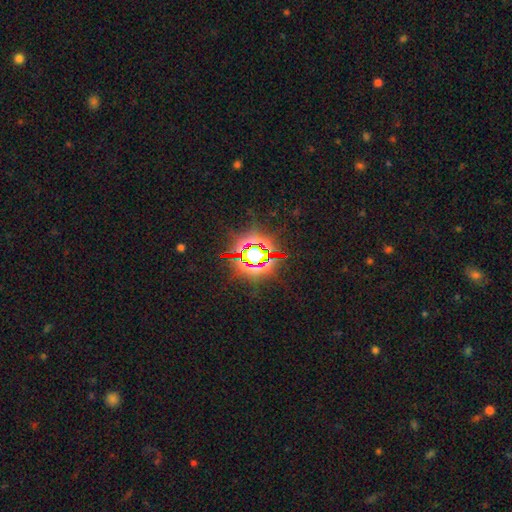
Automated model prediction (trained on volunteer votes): smooth_or_featured: star or artifact (p=0.78) [alt: smooth p=0.12]